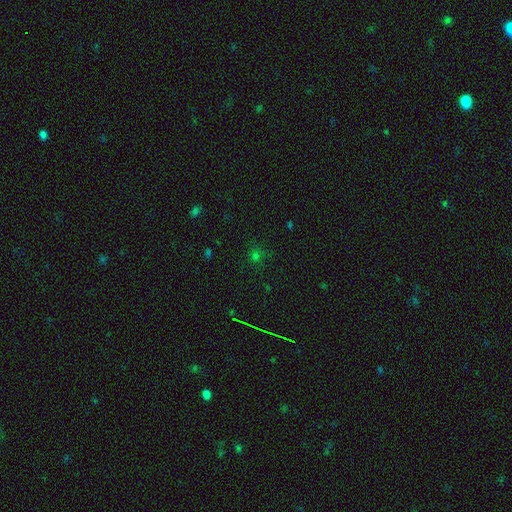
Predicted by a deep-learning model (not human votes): A star or artifact, not a galaxy (48%).